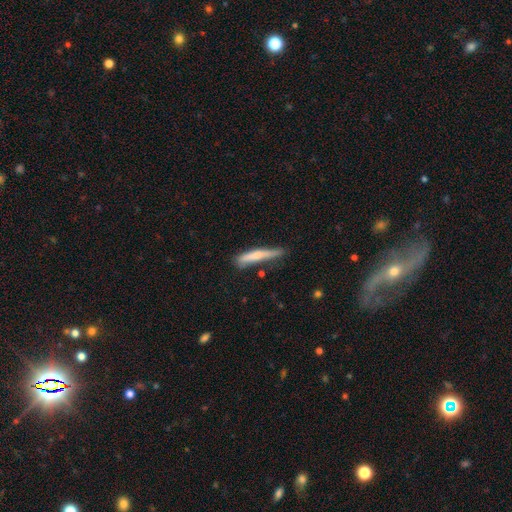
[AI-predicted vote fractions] Smooth or featured? smooth (66%)
How rounded? cigar-shaped (93%)
Merging? none (65%)